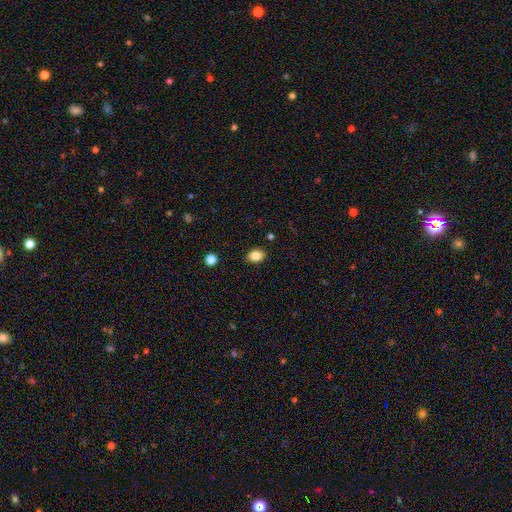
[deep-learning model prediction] Smooth or featured?
  - smooth: 86% *
  - star or artifact: 10%
  - featured or disk: 5%
How rounded?
  - in between: 66% *
  - round: 33%
  - cigar-shaped: 1%
Merging?
  - none: 88% *
  - minor disturbance: 8%
  - major disturbance: 2%
  - merger: 1%